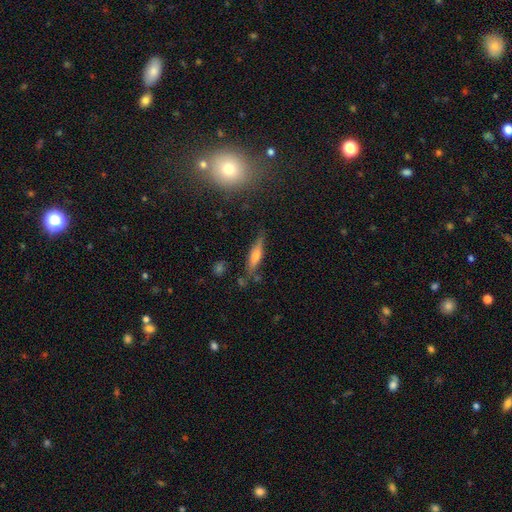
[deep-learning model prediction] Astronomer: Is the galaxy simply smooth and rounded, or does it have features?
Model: smooth — 49% (runner-up: featured or disk, 42%).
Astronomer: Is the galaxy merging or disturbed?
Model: none — 73%.